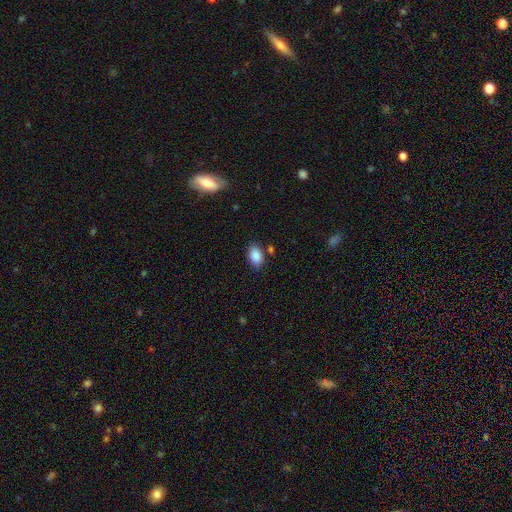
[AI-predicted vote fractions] smooth 88%, star or artifact 8%, featured or disk 4%. Down the decision tree: how rounded — in between (87%); merging — none (79%).